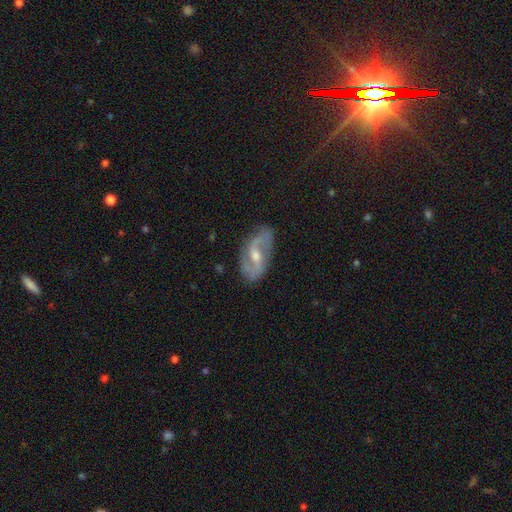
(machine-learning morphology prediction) featured or disk 82%, smooth 11%, star or artifact 6%. Down the decision tree: edge-on disk — no (95%); bar — weak (52%); spiral arms — yes (93%); spiral arm count — 2 (88%); spiral winding — medium (43%); bulge size — moderate (63%); merging — none (75%).